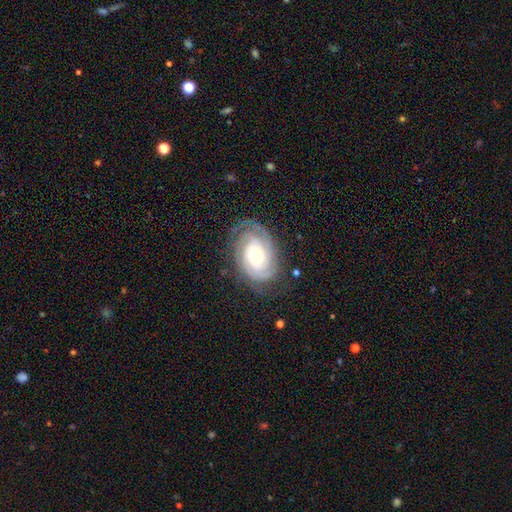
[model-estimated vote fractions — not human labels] Smooth or featured: featured or disk — 86% (smooth — 8%)
Edge-on disk: no — 97% (yes — 3%)
Bar: no — 69% (weak — 23%)
Spiral arms: yes — 97% (no — 3%)
Spiral winding: tight — 78% (medium — 19%)
Spiral arm count: 2 — 34% (3 — 27%)
Bulge size: moderate — 60% (small — 29%)
Merging: none — 77% (minor disturbance — 16%)